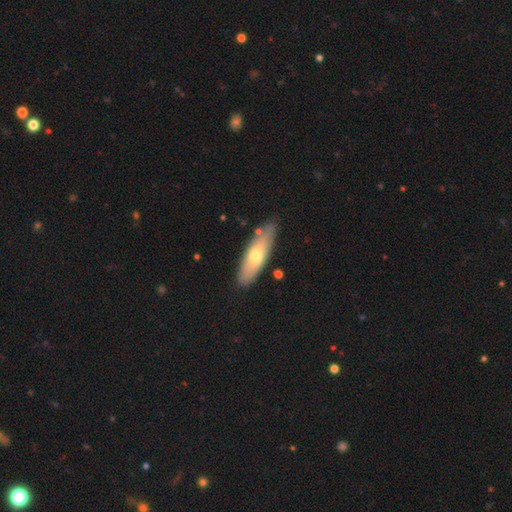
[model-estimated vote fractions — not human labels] Morphology: type=smooth (58%); roundness=in between (51%); merging=none (81%).